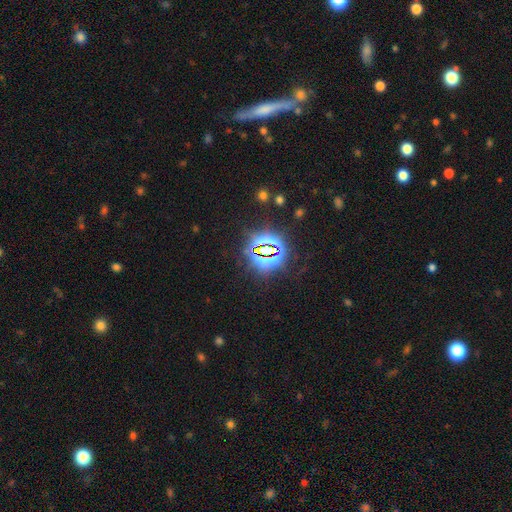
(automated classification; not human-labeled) smooth-or-featured: star or artifact: 80% | smooth: 12% | featured or disk: 8%